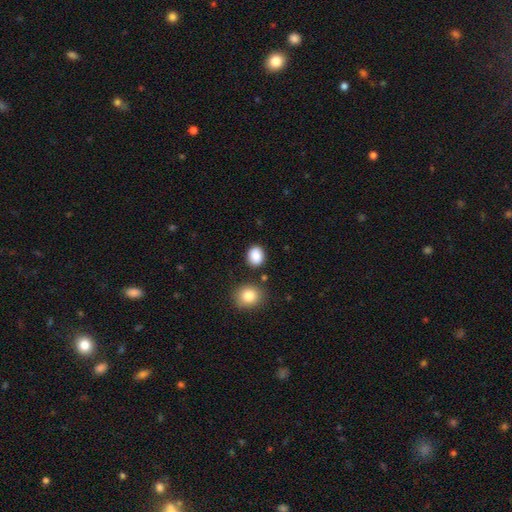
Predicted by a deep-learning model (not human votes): smooth 87%, star or artifact 9%, featured or disk 4%. Down the decision tree: how rounded — round (57%); merging — none (82%).